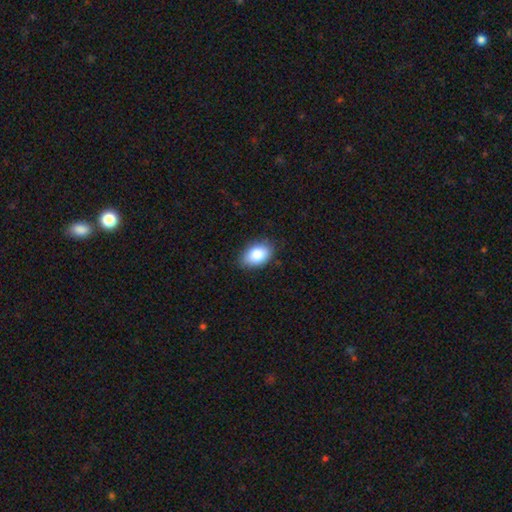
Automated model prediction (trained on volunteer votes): Smooth or featured: smooth — 86% (star or artifact — 7%)
How rounded: in between — 90% (round — 9%)
Merging: none — 82% (minor disturbance — 15%)